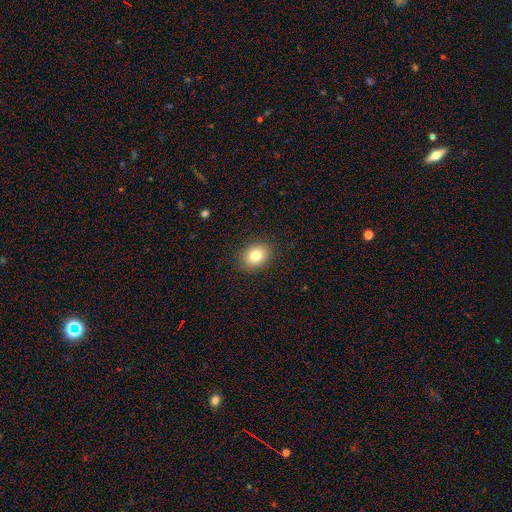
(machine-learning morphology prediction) A smooth galaxy with no disk features (81%) that is in between round and cigar-shaped (59%). Merging: none (88%).